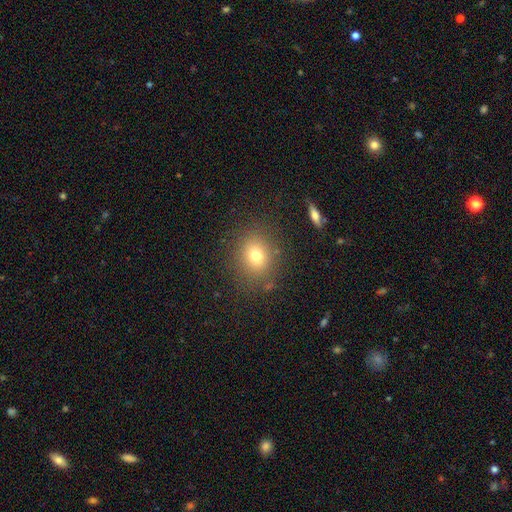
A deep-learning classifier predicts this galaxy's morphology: Smooth or featured? smooth (74%)
How rounded? round (70%)
Merging? none (83%)